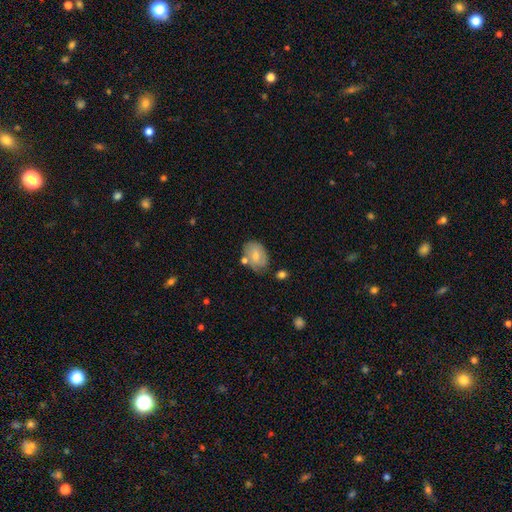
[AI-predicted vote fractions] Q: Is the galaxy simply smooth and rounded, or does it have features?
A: smooth — 58%.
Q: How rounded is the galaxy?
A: in between — 73%.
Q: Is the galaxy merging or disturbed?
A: none — 57%.